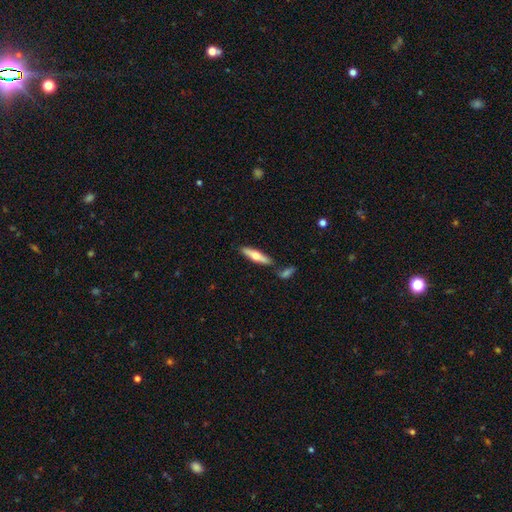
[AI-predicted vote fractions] Q: Smooth or featured?
A: smooth (52%); runner-up: featured or disk (42%)
Q: How rounded?
A: cigar-shaped (77%); runner-up: in between (21%)
Q: Merging?
A: none (78%); runner-up: minor disturbance (11%)